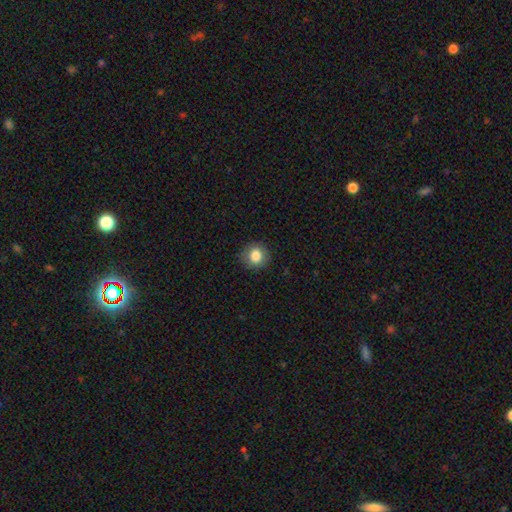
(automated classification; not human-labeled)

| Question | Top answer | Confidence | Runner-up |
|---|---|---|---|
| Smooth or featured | smooth | 83% | star or artifact (10%) |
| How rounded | round | 87% | in between (12%) |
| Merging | none | 88% | minor disturbance (9%) |